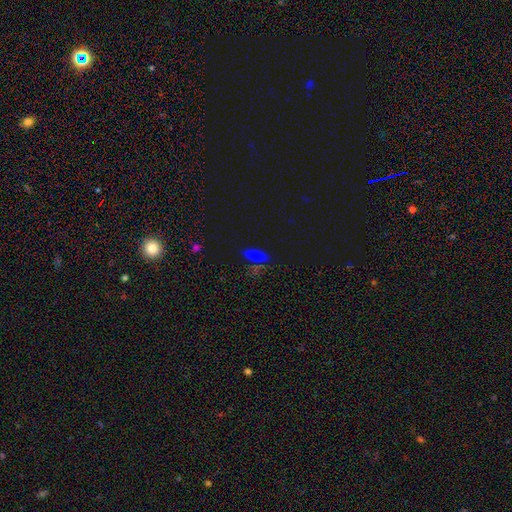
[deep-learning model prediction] Smooth or featured?
  - smooth: 66% *
  - star or artifact: 24%
  - featured or disk: 10%
How rounded?
  - in between: 64% *
  - cigar-shaped: 30%
  - round: 6%
Merging?
  - none: 76% *
  - minor disturbance: 14%
  - merger: 6%
  - major disturbance: 4%